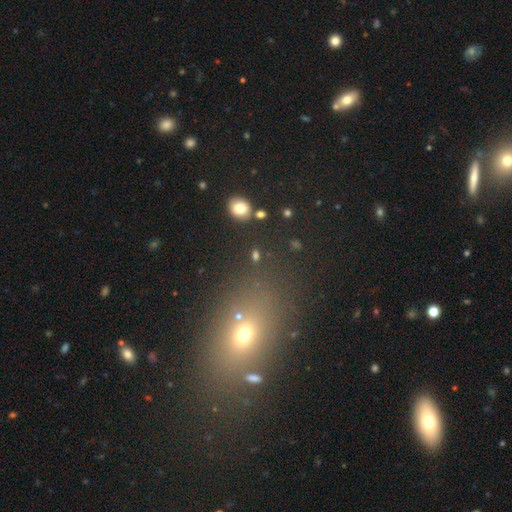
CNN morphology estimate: Smooth or featured? smooth (62%)
How rounded? in between (51%)
Merging? none (80%)